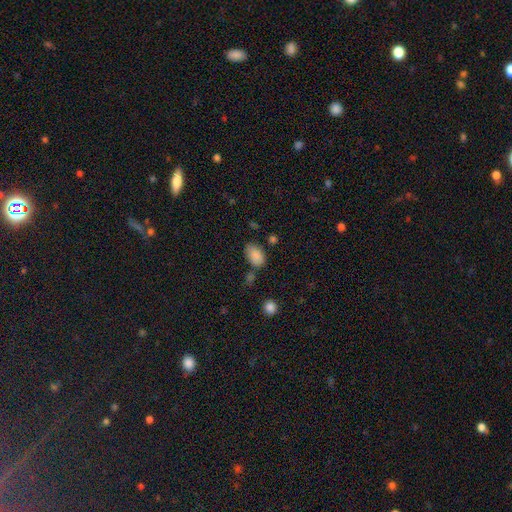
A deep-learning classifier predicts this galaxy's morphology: Smooth or featured? smooth (86%)
How rounded? in between (90%)
Merging? none (63%)